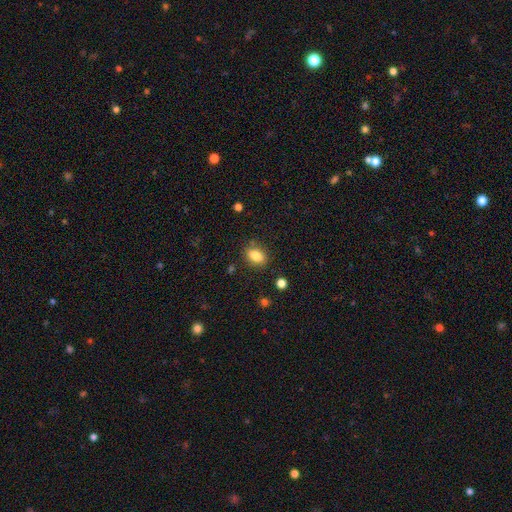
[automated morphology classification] The model was most divided on "how rounded": in between: 82%, round: 16%, cigar-shaped: 2%. More confident: smooth or featured — smooth (85%); merging — none (83%).